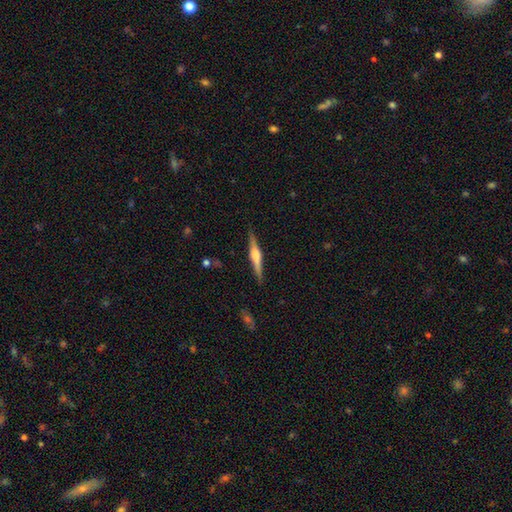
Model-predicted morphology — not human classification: A featured or disk galaxy (73%) viewed edge-on (98%) with a rounded central bulge (76%). Merging: none (89%).